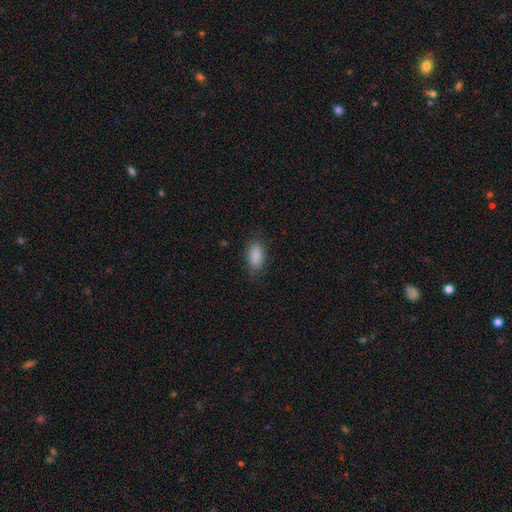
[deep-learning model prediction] smooth 89%, star or artifact 7%, featured or disk 4%. Down the decision tree: how rounded — in between (89%); merging — none (82%).